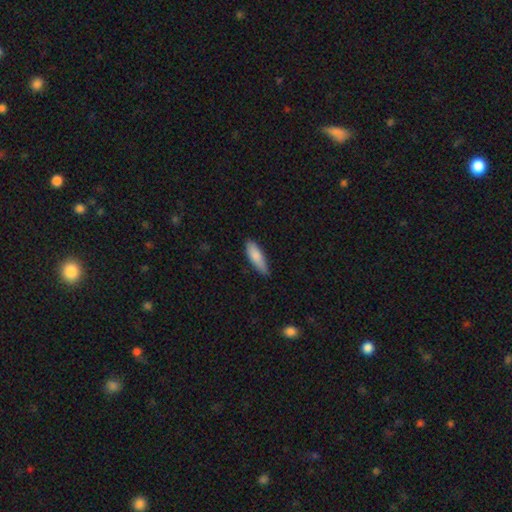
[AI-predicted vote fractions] This is clearly a smooth galaxy (84%). How rounded: possibly in between (51%). Merging: likely none (76%).